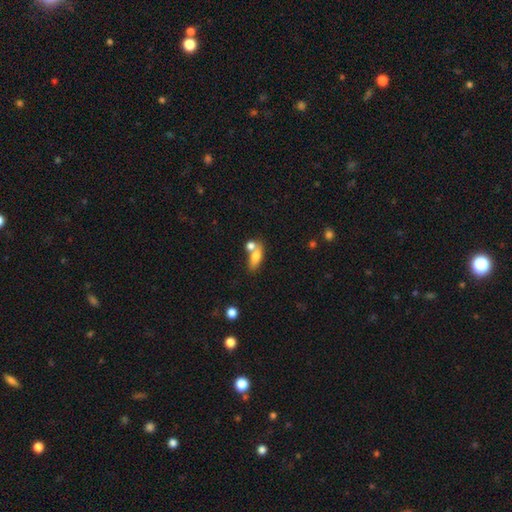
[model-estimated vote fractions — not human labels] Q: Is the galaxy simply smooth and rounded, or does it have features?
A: smooth — 74%.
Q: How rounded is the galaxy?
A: in between — 68%.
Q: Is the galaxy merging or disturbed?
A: none — 45%.